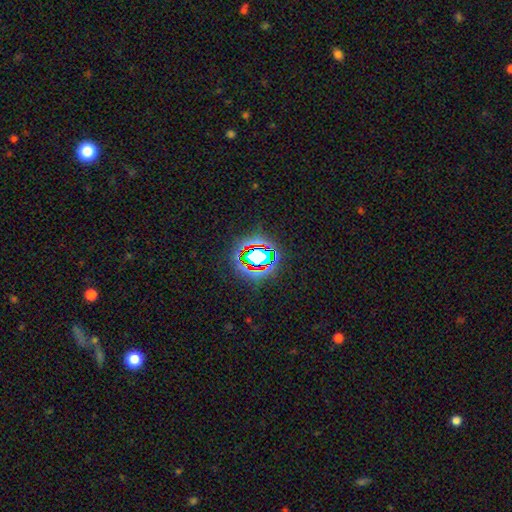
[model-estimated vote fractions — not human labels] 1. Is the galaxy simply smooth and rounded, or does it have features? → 64% star or artifact, 23% smooth, 13% featured or disk.